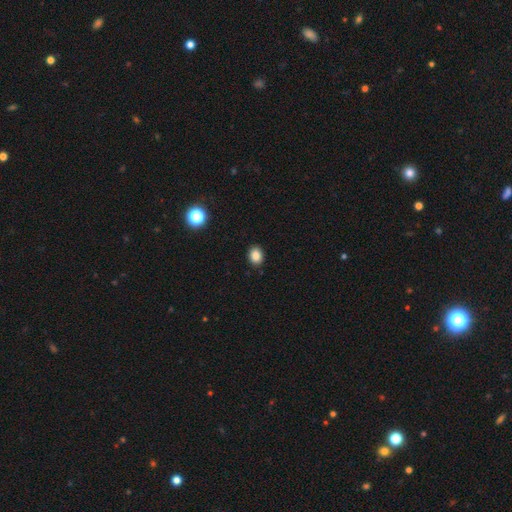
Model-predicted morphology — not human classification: Smooth or featured?
  - smooth: 86% *
  - star or artifact: 11%
  - featured or disk: 4%
How rounded?
  - round: 50% *
  - in between: 49%
  - cigar-shaped: 1%
Merging?
  - none: 90% *
  - minor disturbance: 7%
  - major disturbance: 2%
  - merger: 1%